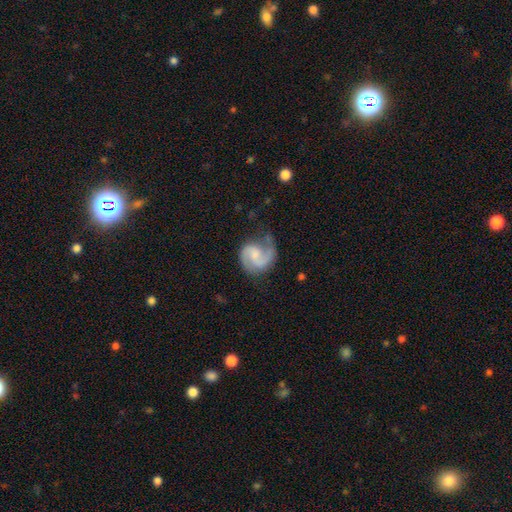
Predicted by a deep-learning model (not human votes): Smooth or featured? Predicted: featured or disk (p=0.84). Edge-on disk? Predicted: no (p=0.98). Bar? Predicted: no (p=0.47). Spiral arms? Predicted: yes (p=0.97). Spiral winding? Predicted: medium (p=0.54). Spiral arm count? Predicted: 2 (p=0.82). Bulge size? Predicted: small (p=0.37). Merging? Predicted: none (p=0.66).